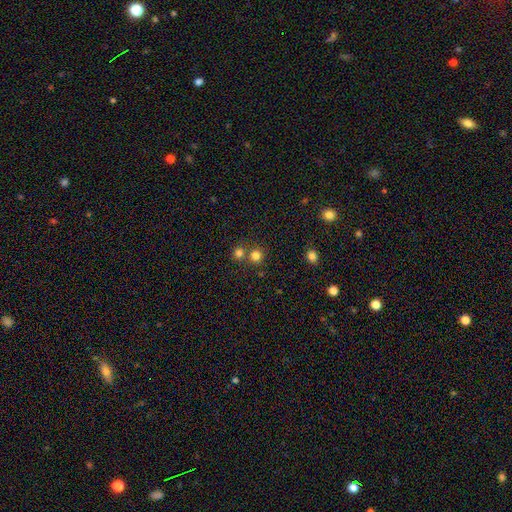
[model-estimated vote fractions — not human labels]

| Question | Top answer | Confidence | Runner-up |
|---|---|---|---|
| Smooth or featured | smooth | 79% | star or artifact (16%) |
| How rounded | round | 92% | in between (7%) |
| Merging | none | 67% | merger (25%) |